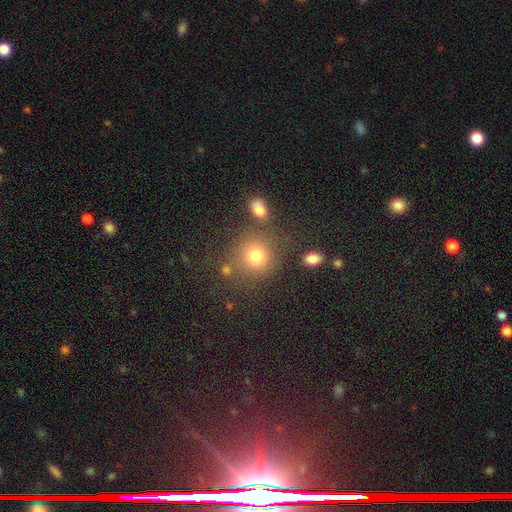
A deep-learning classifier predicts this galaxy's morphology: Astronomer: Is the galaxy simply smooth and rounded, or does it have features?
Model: smooth — 76%.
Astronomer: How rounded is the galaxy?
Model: round — 83%.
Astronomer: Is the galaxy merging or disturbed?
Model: none — 72%.